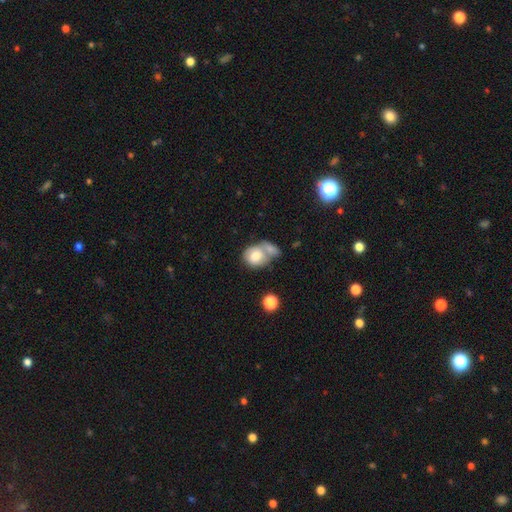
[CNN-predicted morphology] Smooth or featured: smooth — 73% (featured or disk — 20%)
How rounded: round — 58% (in between — 41%)
Merging: merger — 61% (none — 21%)